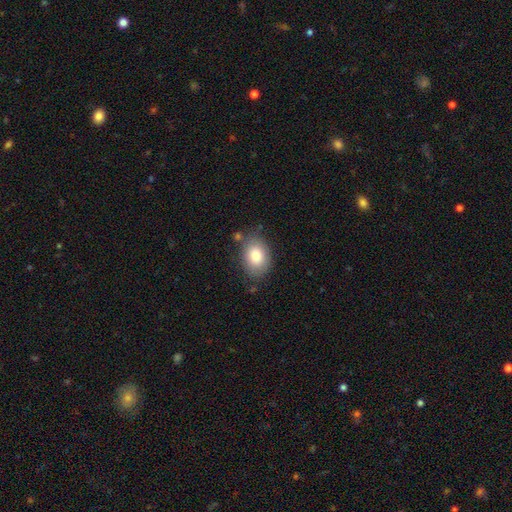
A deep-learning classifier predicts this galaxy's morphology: Smooth or featured? smooth (81%)
How rounded? in between (78%)
Merging? none (73%)